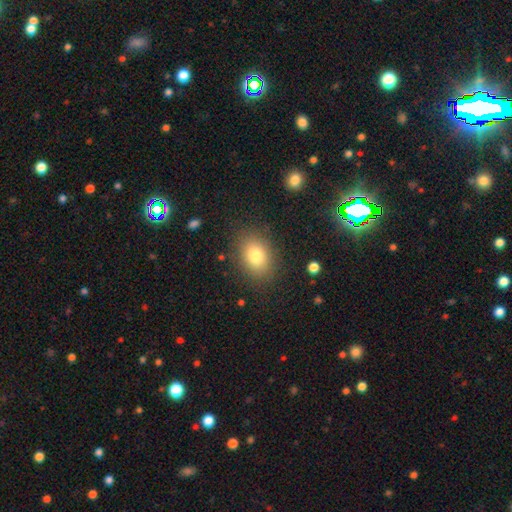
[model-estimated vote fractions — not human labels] A smooth galaxy with no disk features (79%) that is in between round and cigar-shaped (73%).

Vote fractions:
- Smooth or featured? smooth: 79% / featured or disk: 11% / star or artifact: 10%
- How rounded? in between: 73% / round: 26% / cigar-shaped: 1%
- Merging? none: 85% / minor disturbance: 10% / major disturbance: 4% / merger: 1%